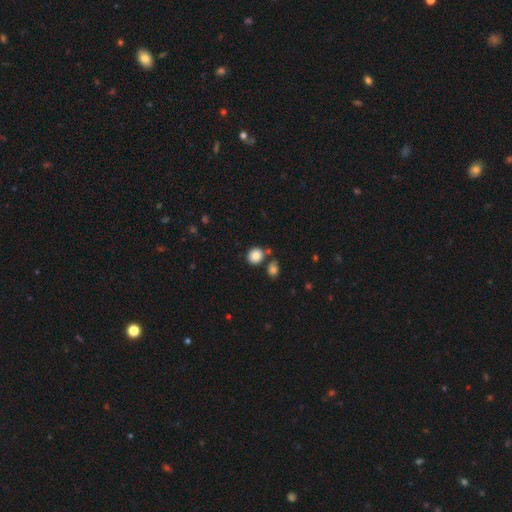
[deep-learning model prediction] A smooth galaxy with no disk features (87%) that is round (82%). Merging: none (73%).